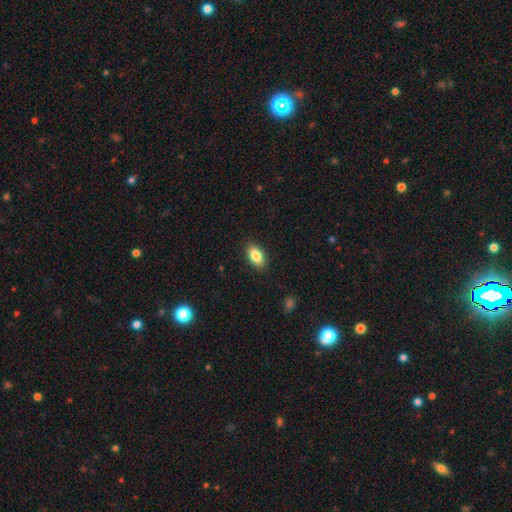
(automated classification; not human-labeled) Smooth or featured? smooth (85%)
How rounded? in between (91%)
Merging? none (89%)